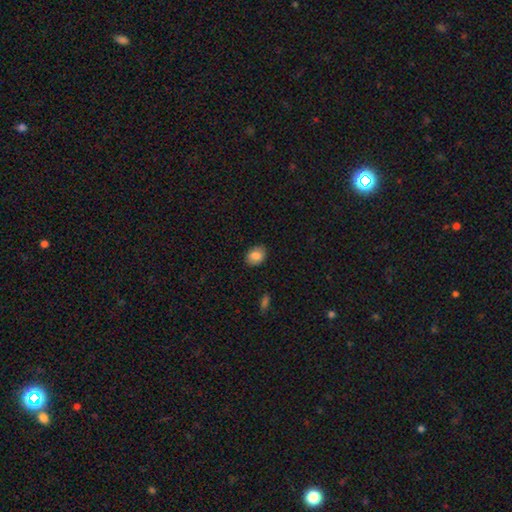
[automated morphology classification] The model was most divided on "how rounded": in between: 61%, round: 38%, cigar-shaped: 1%. More confident: merging — none (87%); smooth or featured — smooth (84%).